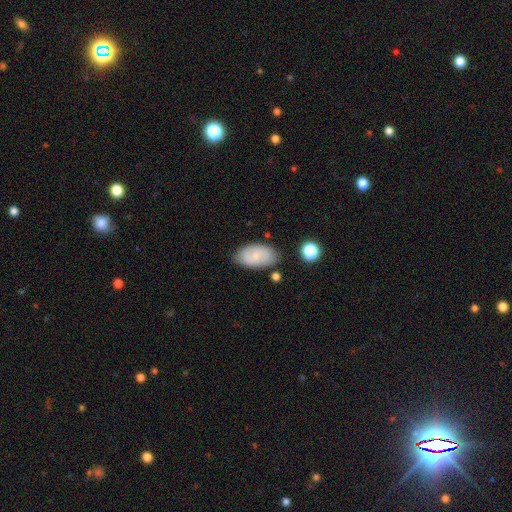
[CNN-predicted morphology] This is likely a smooth galaxy (61%). How rounded: clearly in between (93%). Merging: likely none (75%).